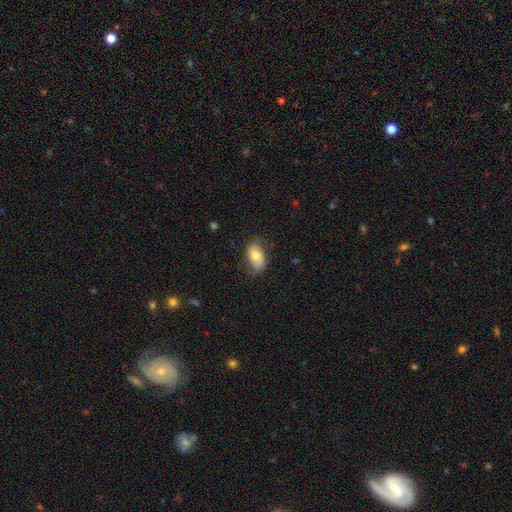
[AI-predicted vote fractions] This appears to be a smooth galaxy with no disk features (68%) that is in between round and cigar-shaped (90%). Merging: none (68%).